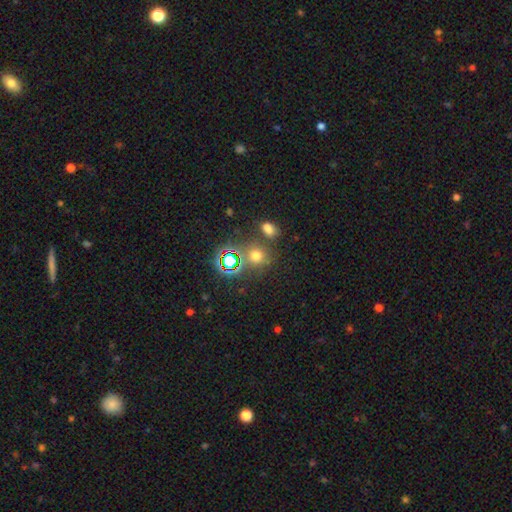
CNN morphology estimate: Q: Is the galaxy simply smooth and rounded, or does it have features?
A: smooth — 58%.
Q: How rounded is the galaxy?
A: round — 80%.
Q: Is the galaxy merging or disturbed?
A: none — 68%.